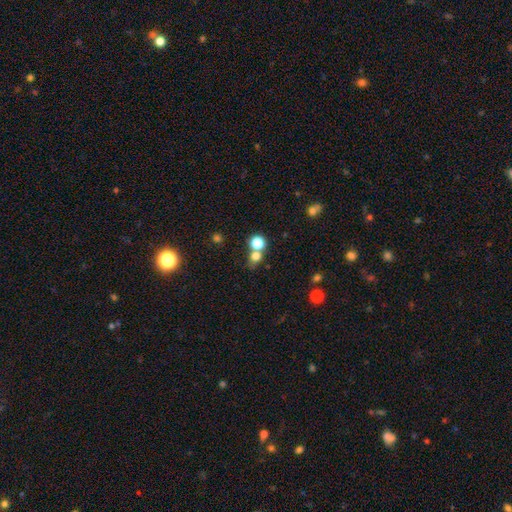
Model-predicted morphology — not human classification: This is likely a smooth galaxy (74%). How rounded: likely round (77%). Merging: possibly none (50%).